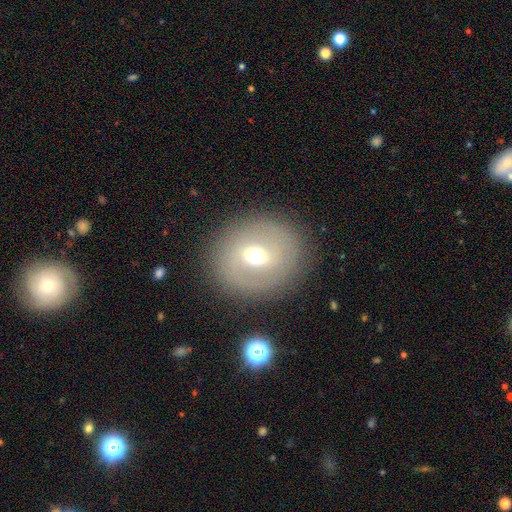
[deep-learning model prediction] smooth-or-featured: featured or disk: 46% | smooth: 42% | star or artifact: 12%
  merging: none: 85% | minor disturbance: 9% | major disturbance: 5% | merger: 1%